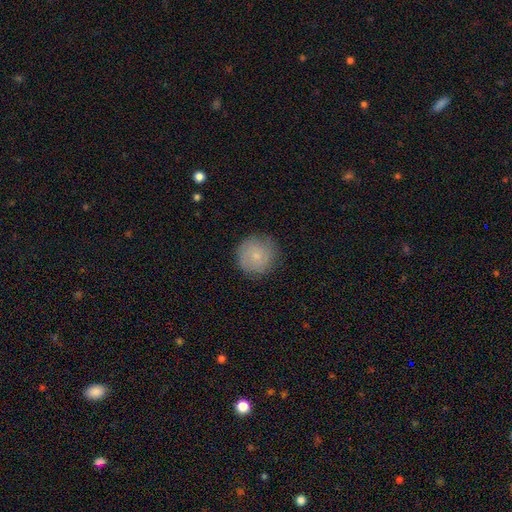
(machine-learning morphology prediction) smooth 72%, featured or disk 20%, star or artifact 8%. Down the decision tree: how rounded — round (94%); merging — none (85%).